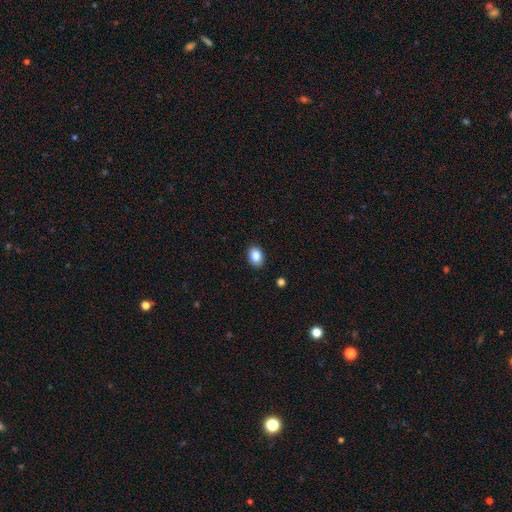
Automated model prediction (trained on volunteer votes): This appears to be a smooth galaxy with no disk features (87%) that is in between round and cigar-shaped (77%). Merging: none (88%).